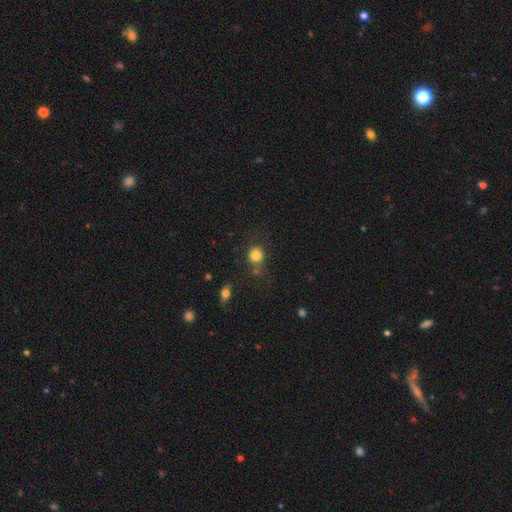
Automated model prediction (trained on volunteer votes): This is clearly a smooth galaxy (81%). How rounded: clearly round (83%). Merging: likely none (68%).